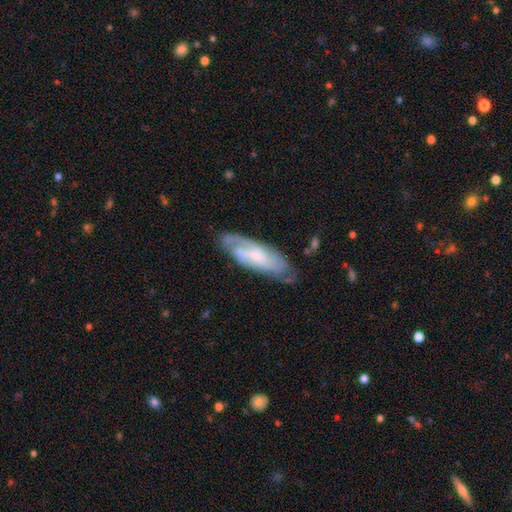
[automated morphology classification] smooth_or_featured: featured or disk (p=0.66) [alt: smooth p=0.28]
disk_edge_on: no (p=0.84) [alt: yes p=0.16]
bar: no (p=0.58) [alt: weak p=0.33]
has_spiral_arms: yes (p=0.87) [alt: no p=0.13]
bulge_size: small (p=0.57) [alt: moderate p=0.28]
merging: none (p=0.68) [alt: minor disturbance p=0.23]